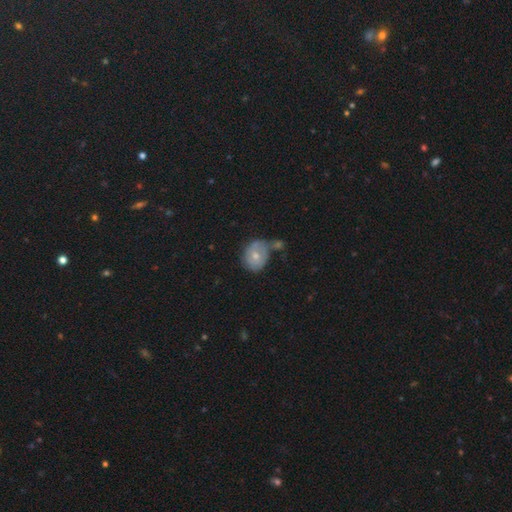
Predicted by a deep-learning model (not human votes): Overall: smooth (51%; featured or disk 42%). How rounded: round (63%; in between 36%). Merging: none (41%; minor disturbance 24%).